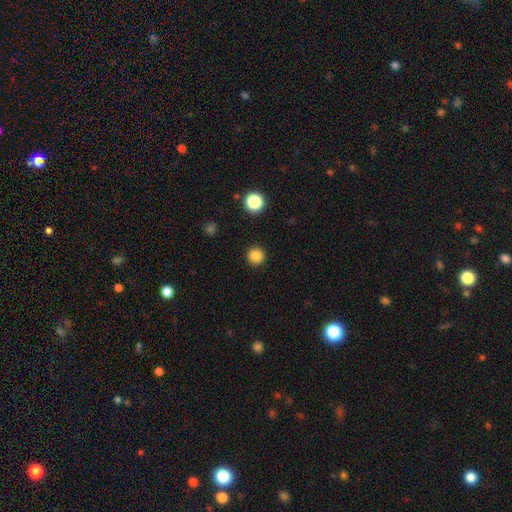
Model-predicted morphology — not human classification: Smooth or featured? Predicted: smooth (p=0.85). How rounded? Predicted: round (p=0.95). Merging? Predicted: none (p=0.92).